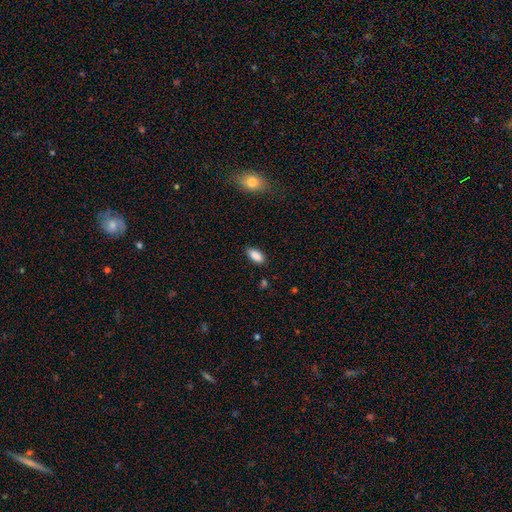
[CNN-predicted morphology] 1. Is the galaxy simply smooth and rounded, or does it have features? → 88% smooth, 8% star or artifact, 4% featured or disk.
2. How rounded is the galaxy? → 90% in between, 7% cigar-shaped, 3% round.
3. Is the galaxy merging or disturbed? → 81% none, 15% minor disturbance, 3% major disturbance, 2% merger.